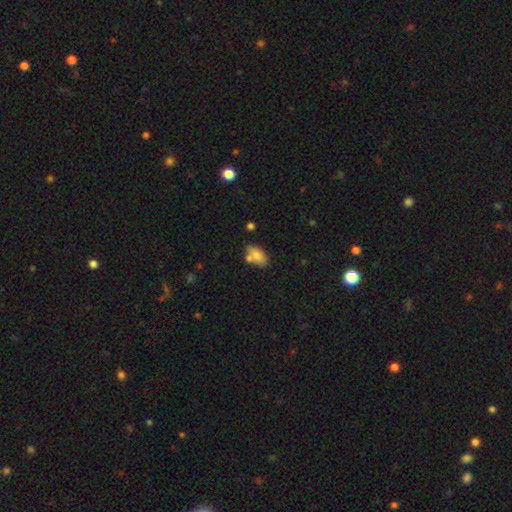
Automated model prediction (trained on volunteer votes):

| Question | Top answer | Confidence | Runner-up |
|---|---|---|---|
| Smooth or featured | smooth | 79% | featured or disk (13%) |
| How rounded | in between | 91% | round (6%) |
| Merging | none | 61% | merger (18%) |